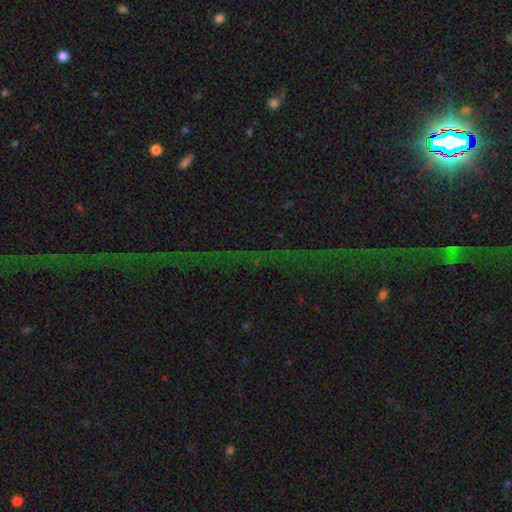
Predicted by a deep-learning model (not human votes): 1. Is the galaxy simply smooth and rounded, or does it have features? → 78% star or artifact, 13% featured or disk, 9% smooth.